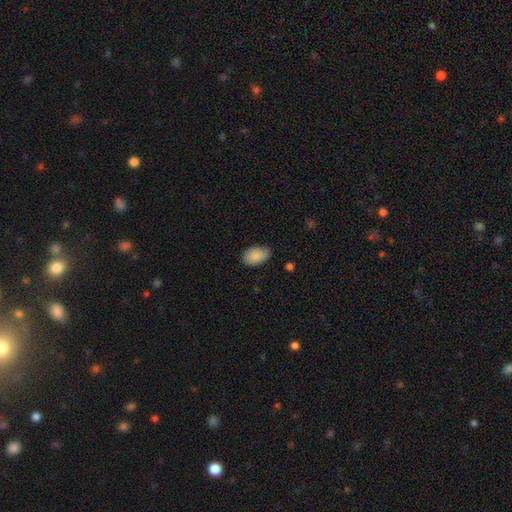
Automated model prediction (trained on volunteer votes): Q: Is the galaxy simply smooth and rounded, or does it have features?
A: smooth — 86%.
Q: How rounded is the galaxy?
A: in between — 91%.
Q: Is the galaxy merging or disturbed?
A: none — 72%.